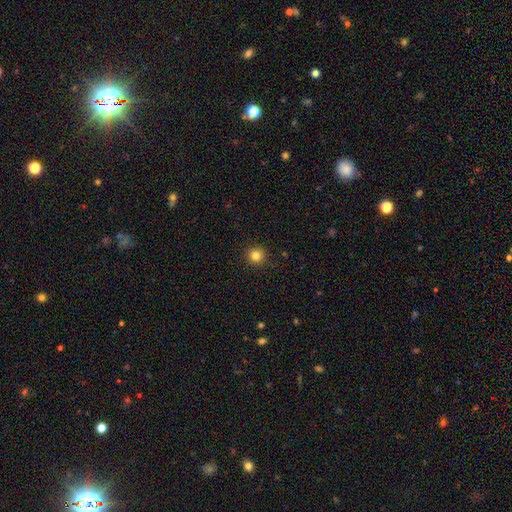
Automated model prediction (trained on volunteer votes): The model was most divided on "smooth or featured": smooth: 82%, star or artifact: 12%, featured or disk: 5%. More confident: how rounded — round (94%); merging — none (92%).